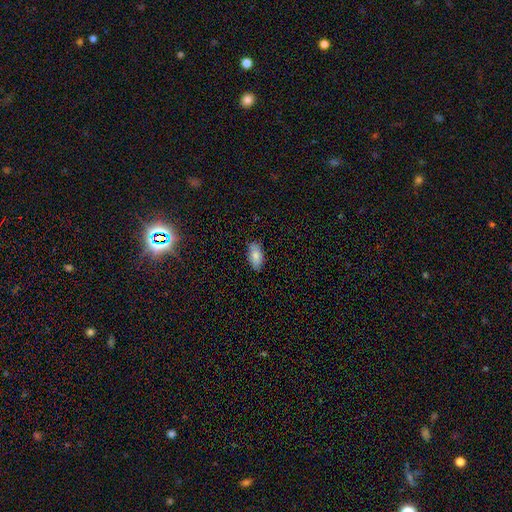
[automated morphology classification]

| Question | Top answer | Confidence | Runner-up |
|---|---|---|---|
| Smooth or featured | smooth | 82% | featured or disk (11%) |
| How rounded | in between | 92% | cigar-shaped (5%) |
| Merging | none | 82% | minor disturbance (14%) |